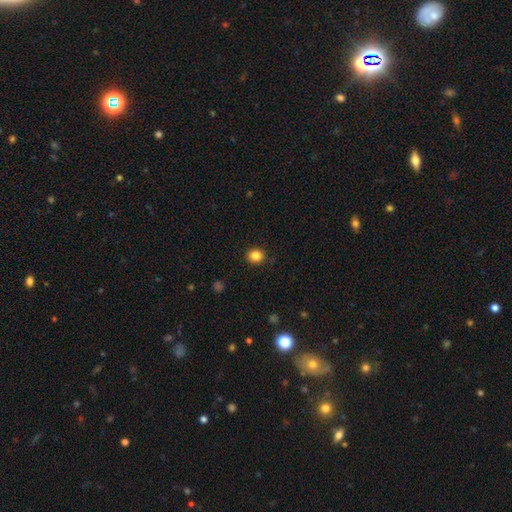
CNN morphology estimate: A smooth galaxy with no disk features (85%) that is round (82%).

Vote fractions:
- Smooth or featured? smooth: 85% / star or artifact: 11% / featured or disk: 4%
- How rounded? round: 82% / in between: 17% / cigar-shaped: 1%
- Merging? none: 90% / minor disturbance: 7% / major disturbance: 2% / merger: 1%